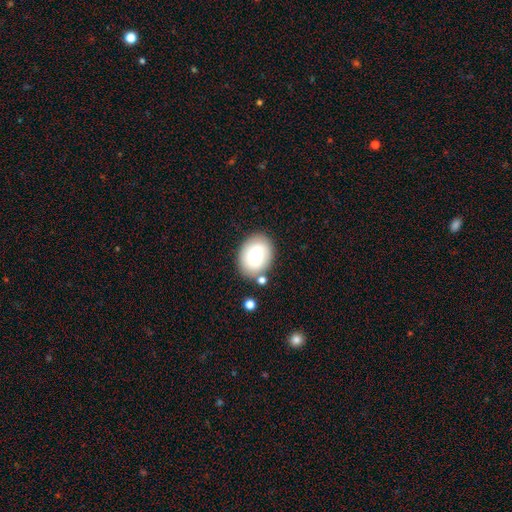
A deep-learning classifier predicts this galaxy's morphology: The model was most divided on "how rounded": in between: 62%, round: 37%, cigar-shaped: 1%. More confident: merging — none (78%); smooth or featured — smooth (72%).